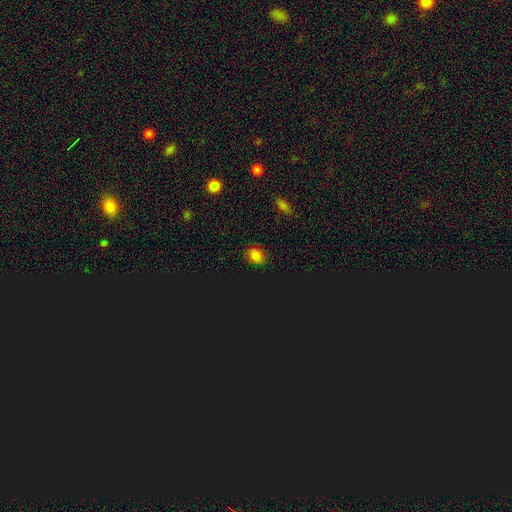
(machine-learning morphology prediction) Smooth or featured? smooth (65%)
How rounded? round (54%)
Merging? none (80%)